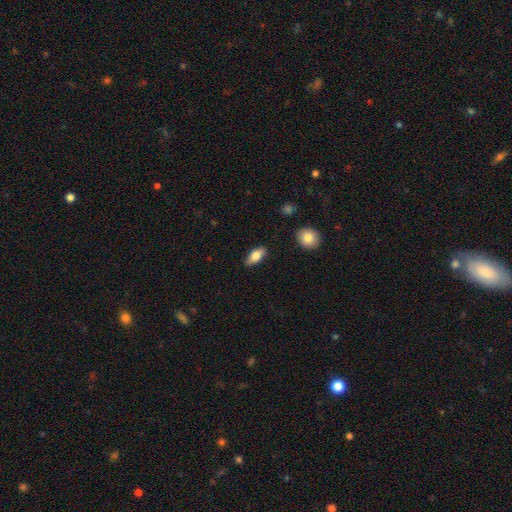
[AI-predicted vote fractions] Q: Smooth or featured?
A: smooth (76%); runner-up: featured or disk (17%)
Q: How rounded?
A: in between (85%); runner-up: cigar-shaped (11%)
Q: Merging?
A: none (83%); runner-up: minor disturbance (13%)